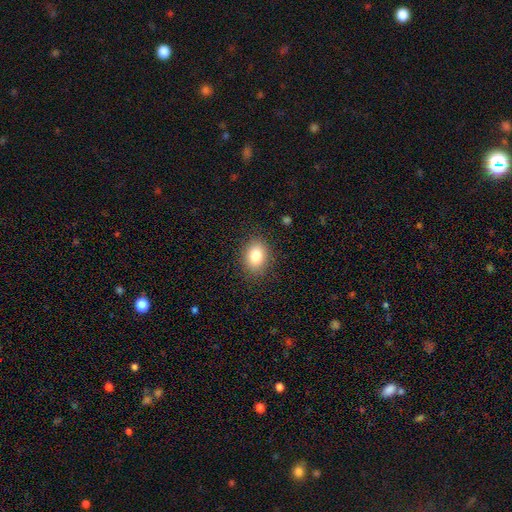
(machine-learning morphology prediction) The model was most divided on "how rounded": in between: 64%, round: 35%, cigar-shaped: 1%. More confident: merging — none (87%); smooth or featured — smooth (81%).